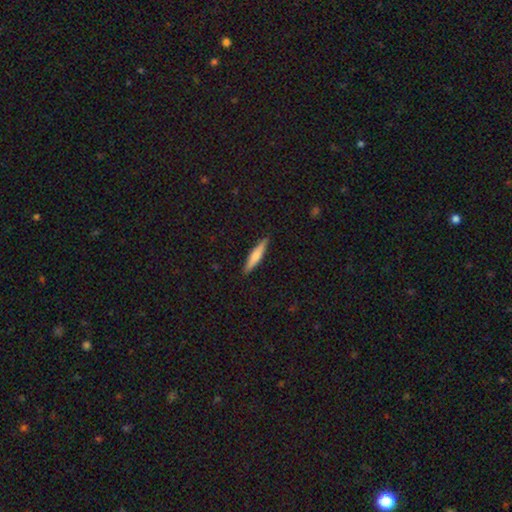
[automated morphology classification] Smooth or featured? smooth (64%)
How rounded? cigar-shaped (87%)
Merging? none (89%)